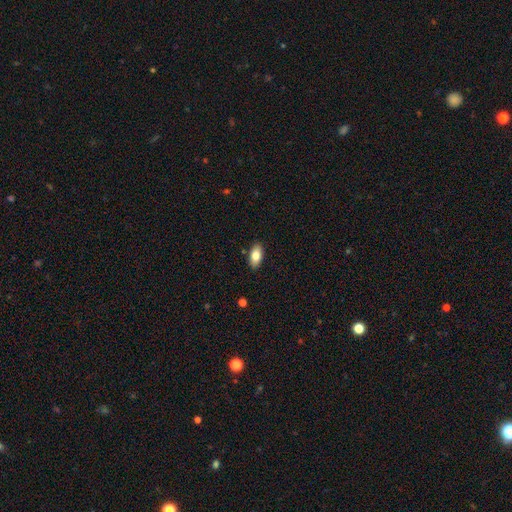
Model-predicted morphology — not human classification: smooth_or_featured: smooth (p=0.80) [alt: featured or disk p=0.12]
how_rounded: in between (p=0.92) [alt: cigar-shaped p=0.05]
merging: none (p=0.88) [alt: minor disturbance p=0.09]